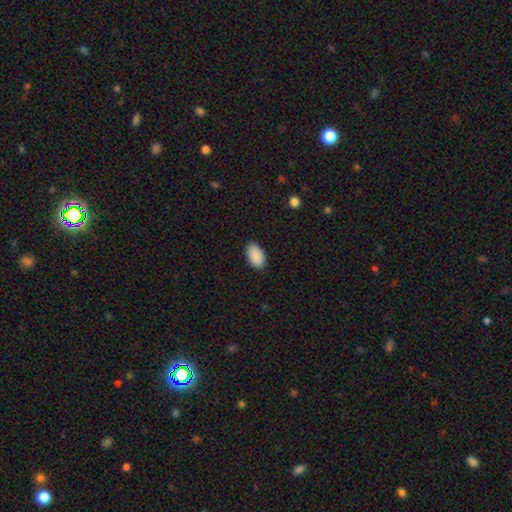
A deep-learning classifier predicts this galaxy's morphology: This appears to be a smooth galaxy with no disk features (91%) that is in between round and cigar-shaped (94%). Merging: none (86%).